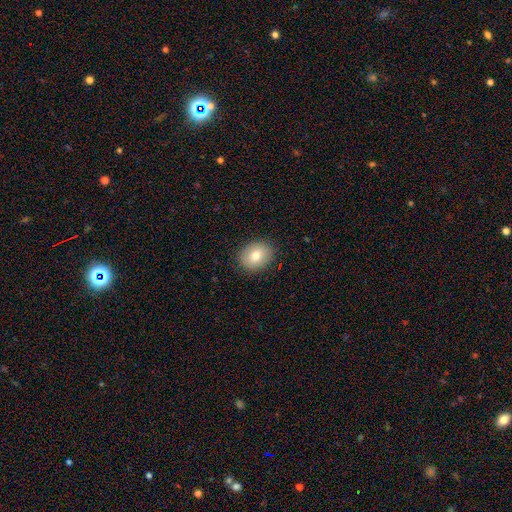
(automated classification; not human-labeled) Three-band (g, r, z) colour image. It shows a smooth galaxy with no disk features (78%) that is in between round and cigar-shaped (51%). Merging: none (89%).